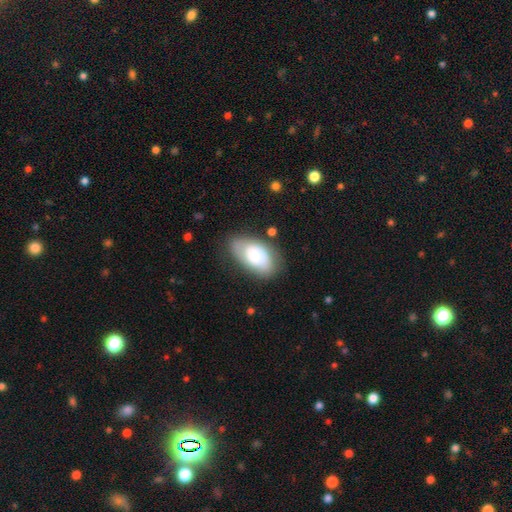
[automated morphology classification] A smooth galaxy with no disk features (76%) that is in between round and cigar-shaped (94%). Merging: none (68%).